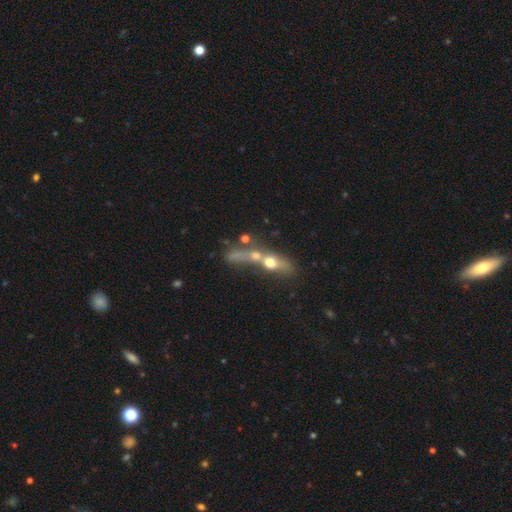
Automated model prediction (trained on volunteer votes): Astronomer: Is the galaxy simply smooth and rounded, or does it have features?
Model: featured or disk — 45% (runner-up: smooth, 40%).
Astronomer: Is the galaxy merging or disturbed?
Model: merger — 58%.